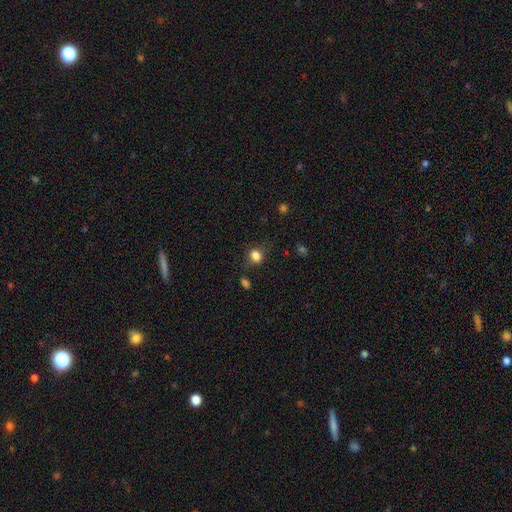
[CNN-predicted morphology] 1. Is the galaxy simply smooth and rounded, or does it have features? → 81% smooth, 12% star or artifact, 7% featured or disk.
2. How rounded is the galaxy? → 61% round, 38% in between, 1% cigar-shaped.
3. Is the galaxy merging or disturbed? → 69% none, 21% minor disturbance, 7% major disturbance, 2% merger.